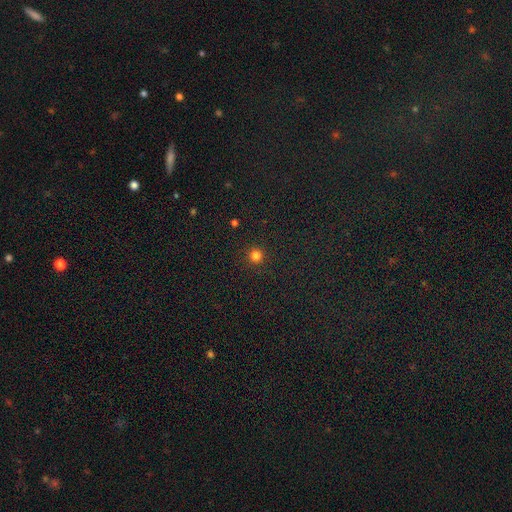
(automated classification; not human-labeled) smooth_or_featured: smooth (p=0.81) [alt: star or artifact p=0.15]
how_rounded: round (p=0.96) [alt: in between p=0.03]
merging: none (p=0.92) [alt: minor disturbance p=0.05]